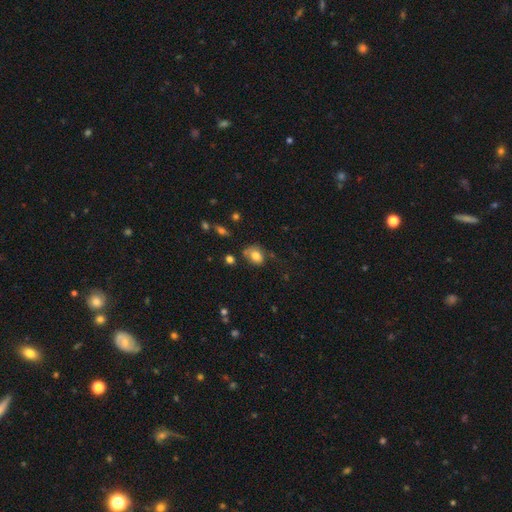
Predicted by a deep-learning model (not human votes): smooth 77%, featured or disk 14%, star or artifact 9%. Down the decision tree: how rounded — in between (66%); merging — none (53%).